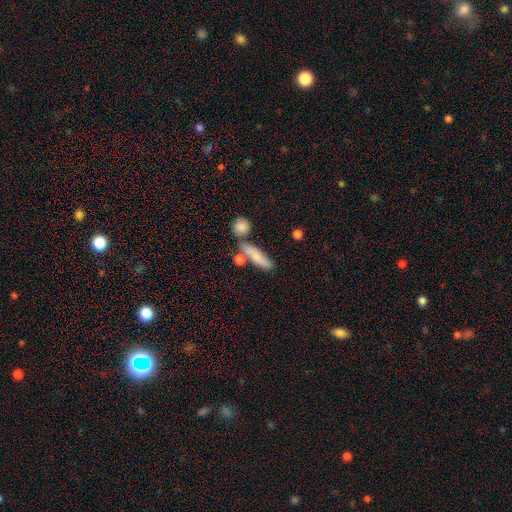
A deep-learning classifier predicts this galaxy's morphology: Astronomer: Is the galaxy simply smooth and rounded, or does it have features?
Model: smooth — 73%.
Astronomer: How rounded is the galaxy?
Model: cigar-shaped — 59% (runner-up: in between, 36%).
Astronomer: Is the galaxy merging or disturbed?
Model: none — 55%.